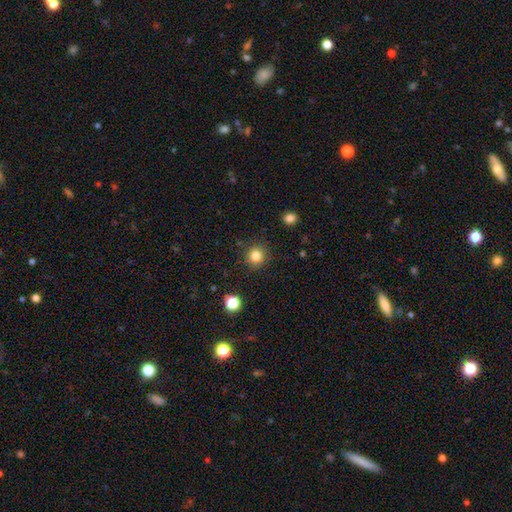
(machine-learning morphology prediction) Smooth or featured: smooth — 83% (star or artifact — 12%)
How rounded: round — 92% (in between — 7%)
Merging: none — 89% (minor disturbance — 7%)